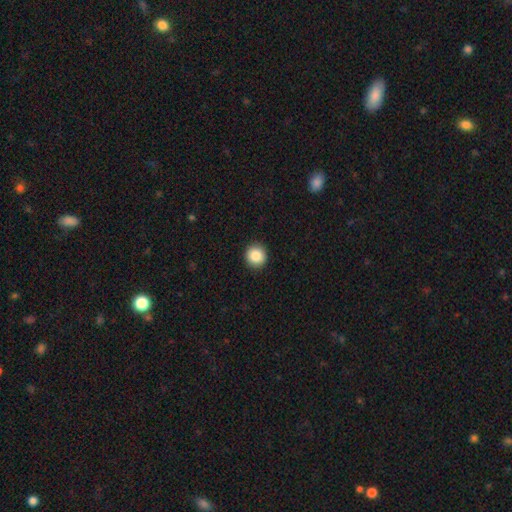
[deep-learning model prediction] This appears to be a smooth galaxy with no disk features (87%) that is round (92%). Merging: none (92%).